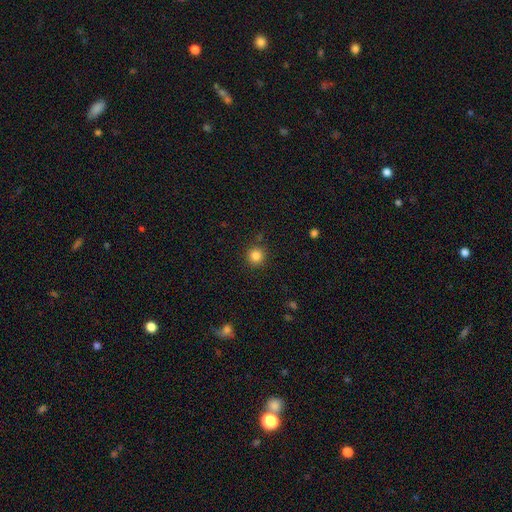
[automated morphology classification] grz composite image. It shows a smooth galaxy with no disk features (84%) that is round (94%). Merging: none (89%).